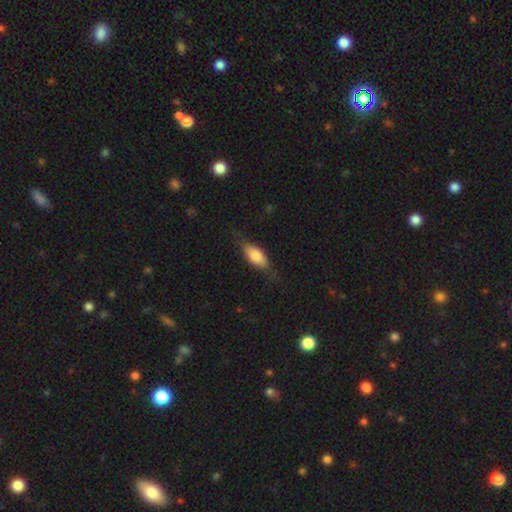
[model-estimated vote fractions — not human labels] Smooth or featured: smooth — 70% (featured or disk — 24%)
How rounded: in between — 78% (cigar-shaped — 19%)
Merging: none — 70% (minor disturbance — 21%)